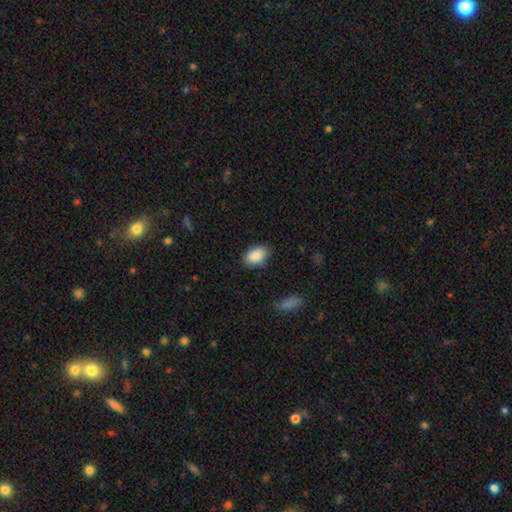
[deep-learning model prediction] A smooth galaxy with no disk features (89%) that is in between round and cigar-shaped (90%). Merging: none (83%).